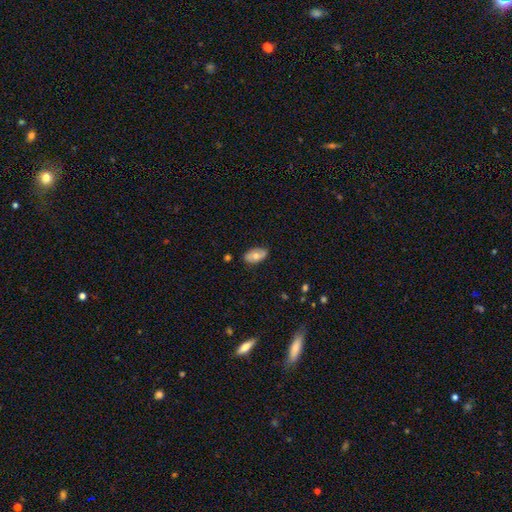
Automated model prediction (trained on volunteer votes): smooth-or-featured: smooth: 63% | featured or disk: 30% | star or artifact: 7%
  how-rounded: in between: 93% | round: 5% | cigar-shaped: 2%
  merging: none: 82% | minor disturbance: 14% | major disturbance: 2% | merger: 1%